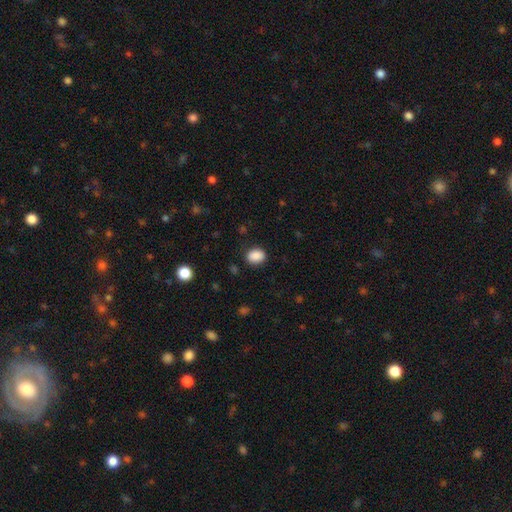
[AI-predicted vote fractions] A smooth galaxy with no disk features (89%) that is in between round and cigar-shaped (65%).

Vote fractions:
- Smooth or featured? smooth: 89% / star or artifact: 8% / featured or disk: 3%
- How rounded? in between: 65% / round: 34% / cigar-shaped: 1%
- Merging? none: 85% / minor disturbance: 10% / major disturbance: 3% / merger: 1%